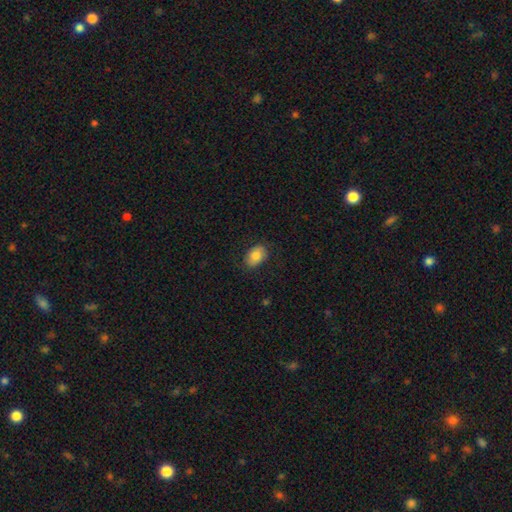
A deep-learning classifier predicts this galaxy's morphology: Q: Smooth or featured?
A: smooth (81%); runner-up: featured or disk (12%)
Q: How rounded?
A: in between (82%); runner-up: round (17%)
Q: Merging?
A: none (80%); runner-up: minor disturbance (15%)